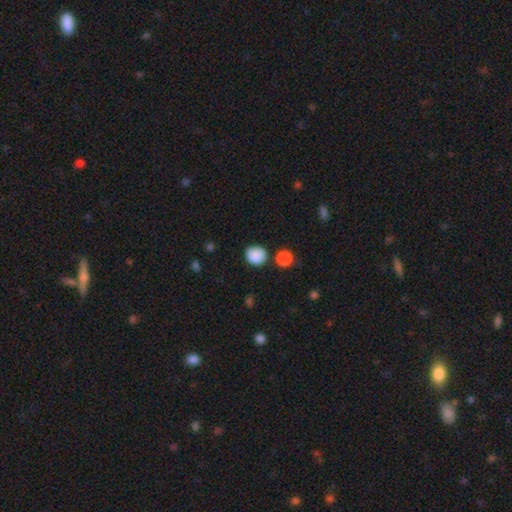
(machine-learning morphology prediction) Smooth or featured?
  - smooth: 86% *
  - star or artifact: 10%
  - featured or disk: 4%
How rounded?
  - round: 79% *
  - in between: 20%
  - cigar-shaped: 1%
Merging?
  - none: 78% *
  - minor disturbance: 14%
  - merger: 4%
  - major disturbance: 4%